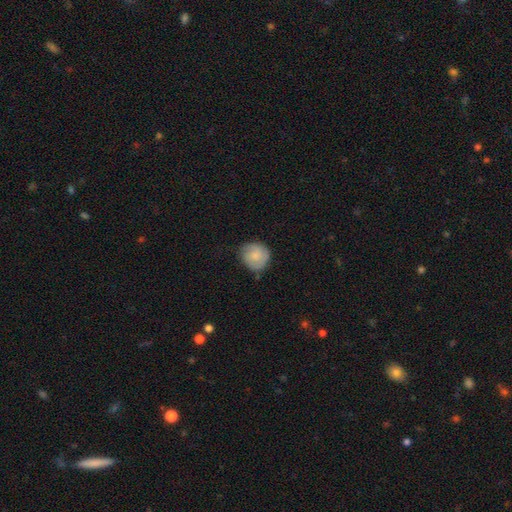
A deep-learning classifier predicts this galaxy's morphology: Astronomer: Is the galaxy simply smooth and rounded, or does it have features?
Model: smooth — 59% (runner-up: featured or disk, 34%).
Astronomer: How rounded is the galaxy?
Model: round — 84%.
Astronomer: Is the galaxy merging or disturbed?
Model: none — 69%.